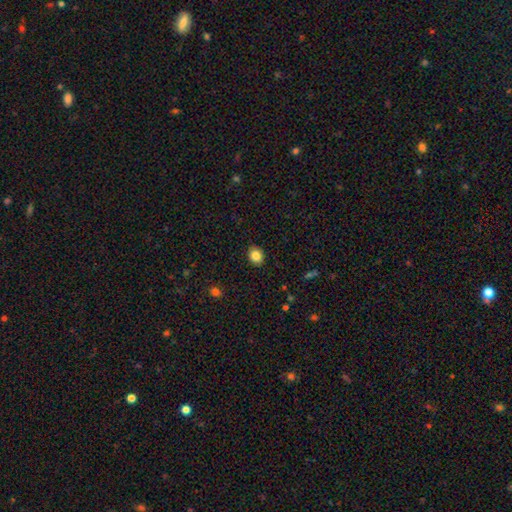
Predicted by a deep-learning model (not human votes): A smooth galaxy with no disk features (84%) that is round (53%). Merging: none (89%).